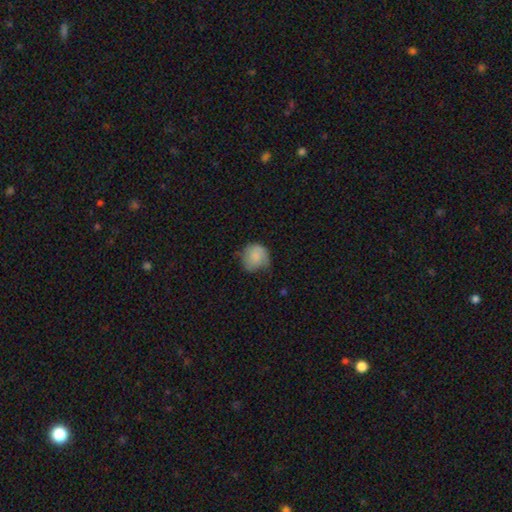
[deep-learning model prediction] The model was most divided on "merging": none: 53%, minor disturbance: 35%, major disturbance: 11%, merger: 1%. More confident: how rounded — round (81%); smooth or featured — smooth (78%).